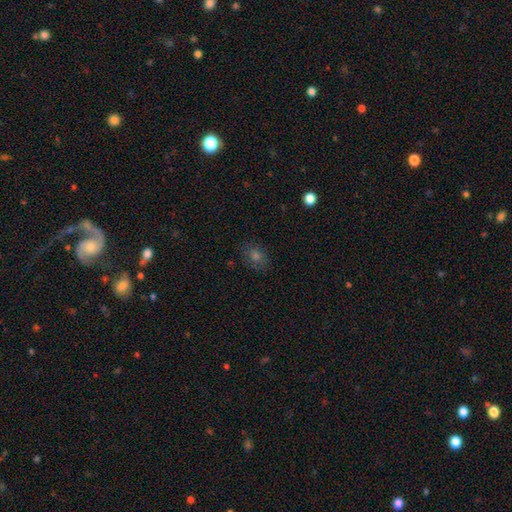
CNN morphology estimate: A smooth galaxy with no disk features (60%) that is in between round and cigar-shaped (53%). Merging: none (83%).